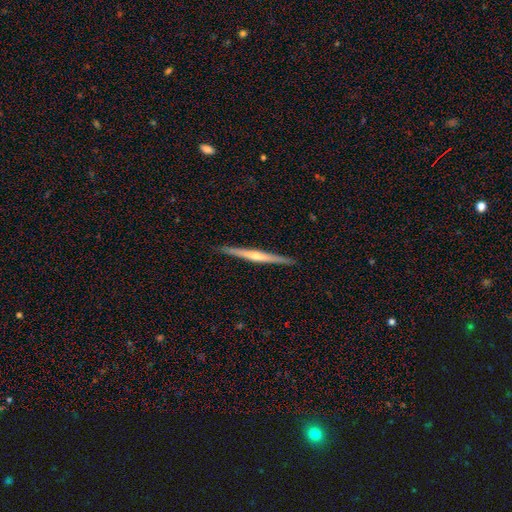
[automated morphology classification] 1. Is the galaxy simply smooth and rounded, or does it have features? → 74% featured or disk, 21% smooth, 5% star or artifact.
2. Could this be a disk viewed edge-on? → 98% yes, 2% no.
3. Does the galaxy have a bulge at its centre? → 68% rounded, 25% none, 7% boxy.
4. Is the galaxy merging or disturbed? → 92% none, 6% minor disturbance, 1% major disturbance, 1% merger.